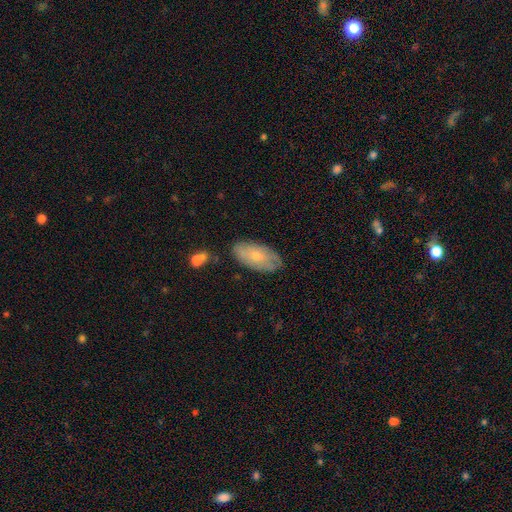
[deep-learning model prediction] Q: Smooth or featured?
A: smooth (62%); runner-up: featured or disk (31%)
Q: How rounded?
A: in between (93%); runner-up: cigar-shaped (5%)
Q: Merging?
A: none (74%); runner-up: minor disturbance (20%)